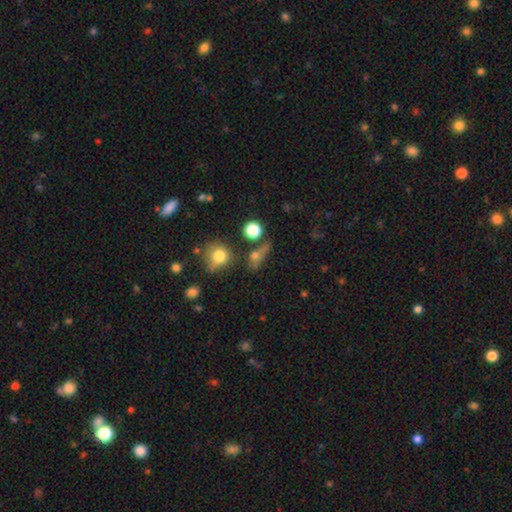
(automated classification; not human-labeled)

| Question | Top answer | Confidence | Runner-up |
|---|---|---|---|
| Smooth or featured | smooth | 54% | star or artifact (25%) |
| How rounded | round | 46% | in between (39%) |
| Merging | none | 56% | minor disturbance (19%) |